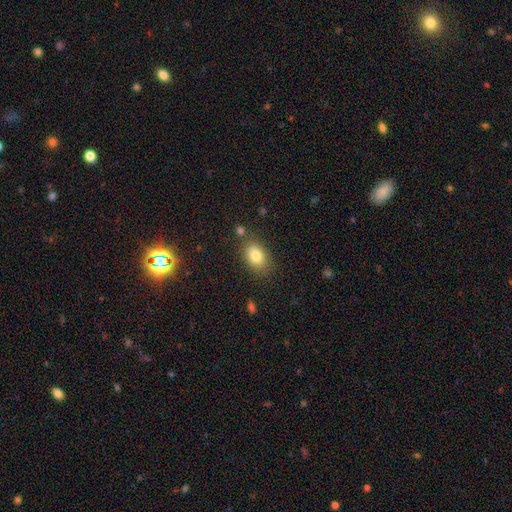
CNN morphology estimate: Smooth or featured?
  - smooth: 81% *
  - featured or disk: 10%
  - star or artifact: 9%
How rounded?
  - in between: 82% *
  - round: 17%
  - cigar-shaped: 1%
Merging?
  - none: 77% *
  - minor disturbance: 14%
  - merger: 5%
  - major disturbance: 4%